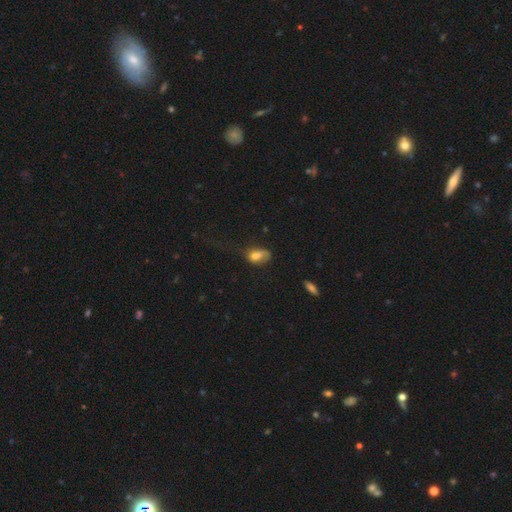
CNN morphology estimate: Q: Smooth or featured?
A: smooth (64%); runner-up: featured or disk (24%)
Q: How rounded?
A: in between (82%); runner-up: round (13%)
Q: Merging?
A: major disturbance (37%); runner-up: none (30%)